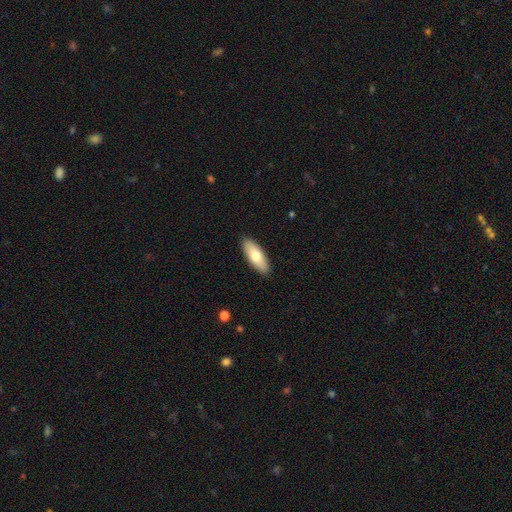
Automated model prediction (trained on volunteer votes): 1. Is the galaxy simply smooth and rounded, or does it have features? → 76% smooth, 19% featured or disk, 5% star or artifact.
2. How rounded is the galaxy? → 71% in between, 27% cigar-shaped, 2% round.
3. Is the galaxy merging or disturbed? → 89% none, 8% minor disturbance, 2% major disturbance, 1% merger.